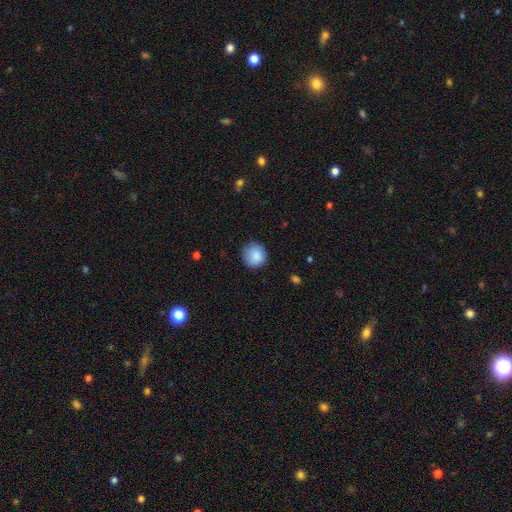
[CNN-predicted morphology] Overall: smooth (87%). How rounded: round (91%). Merging: none (82%).